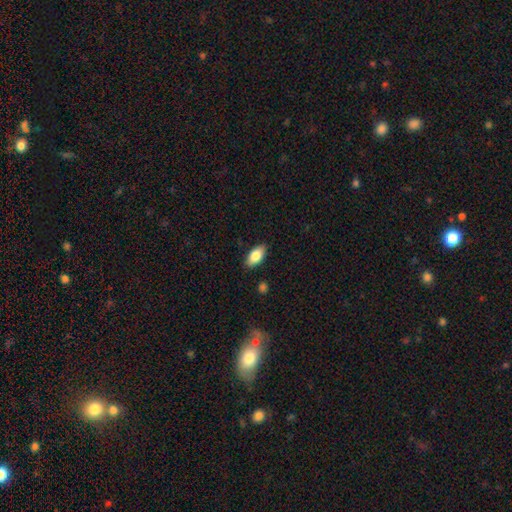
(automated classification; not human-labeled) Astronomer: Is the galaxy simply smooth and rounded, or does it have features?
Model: smooth — 83%.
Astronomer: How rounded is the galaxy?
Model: in between — 90%.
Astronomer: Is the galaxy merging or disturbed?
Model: none — 87%.